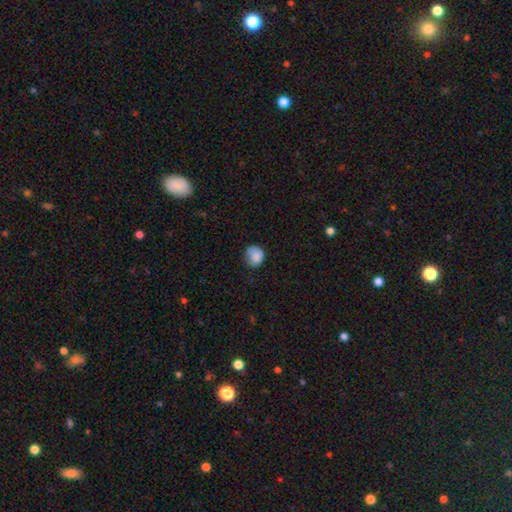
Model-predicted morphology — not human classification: Smooth or featured? Predicted: smooth (p=0.85). How rounded? Predicted: round (p=0.66). Merging? Predicted: none (p=0.60).